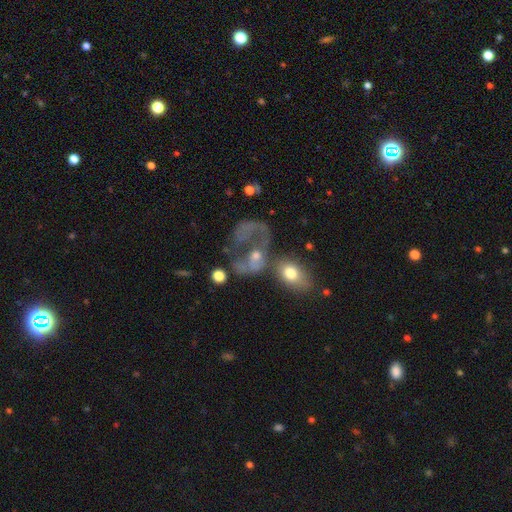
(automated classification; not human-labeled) Smooth or featured? Predicted: featured or disk (p=0.50). Edge-on disk? Predicted: no (p=0.96). Merging? Predicted: merger (p=0.36).